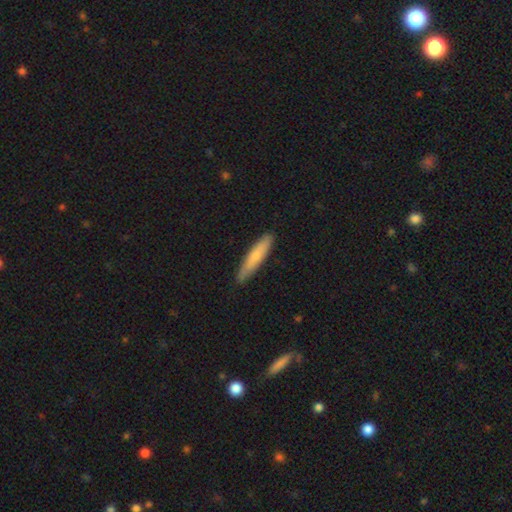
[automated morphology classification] The model was most divided on "smooth or featured": smooth: 71%, featured or disk: 24%, star or artifact: 5%. More confident: how rounded — cigar-shaped (88%); merging — none (87%).